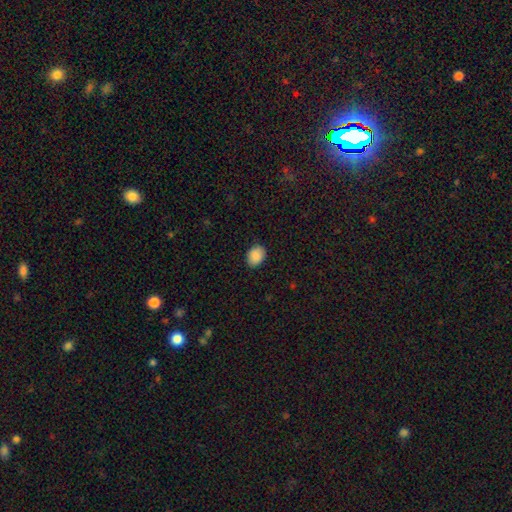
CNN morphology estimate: A smooth galaxy with no disk features (90%) that is in between round and cigar-shaped (66%).

Vote fractions:
- Smooth or featured? smooth: 90% / star or artifact: 7% / featured or disk: 3%
- How rounded? in between: 66% / round: 33% / cigar-shaped: 1%
- Merging? none: 86% / minor disturbance: 10% / major disturbance: 2% / merger: 1%